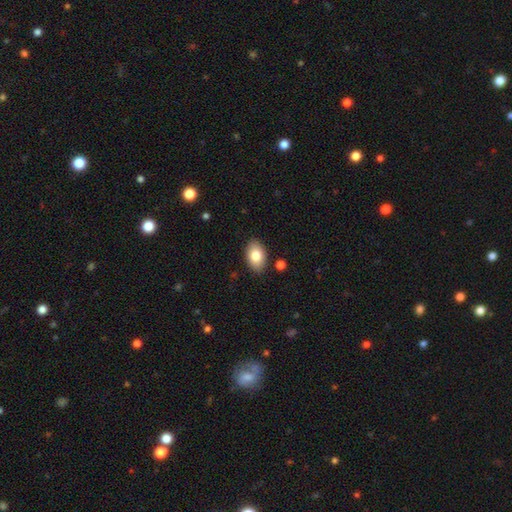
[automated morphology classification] Smooth or featured? Predicted: smooth (p=0.82). How rounded? Predicted: in between (p=0.90). Merging? Predicted: none (p=0.87).